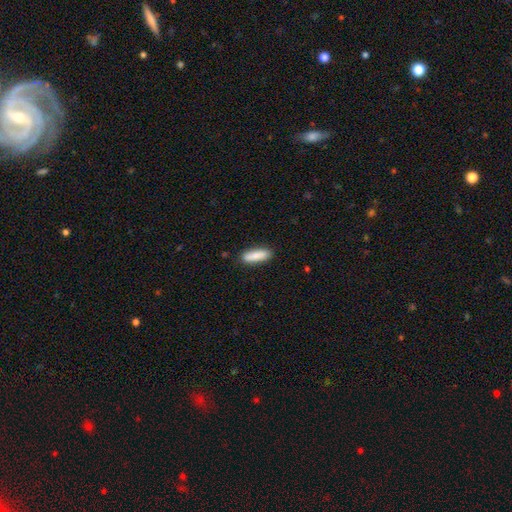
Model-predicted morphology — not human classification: The model was most divided on "how rounded": cigar-shaped: 54%, in between: 44%, round: 2%. More confident: merging — none (87%); smooth or featured — smooth (83%).